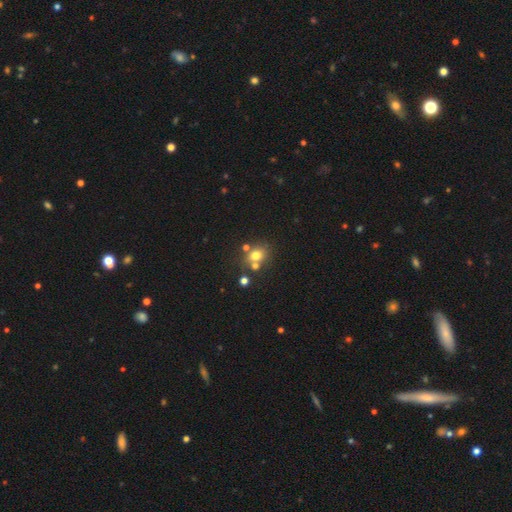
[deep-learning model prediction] smooth 70%, star or artifact 16%, featured or disk 13%. Down the decision tree: how rounded — round (66%); merging — none (56%).